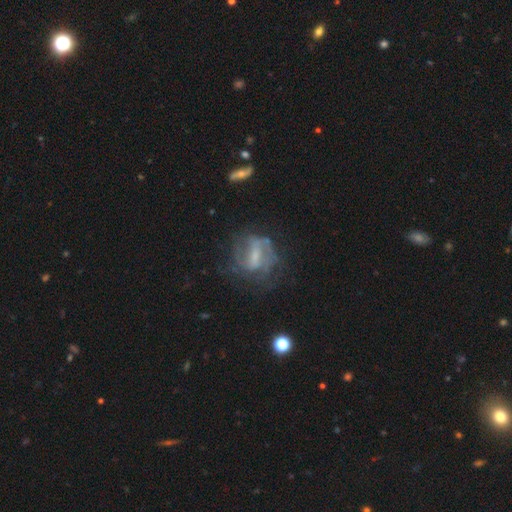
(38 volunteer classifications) smooth_or_featured: featured or disk (p=0.79) [alt: smooth p=0.18]
disk_edge_on: no (p=1.00)
bar: weak (p=0.47) [alt: strong p=0.40]
has_spiral_arms: yes (p=0.83) [alt: no p=0.17]
spiral_winding: medium (p=0.36) [alt: tight p=0.32]
spiral_arm_count: 2 (p=0.48) [alt: can't tell p=0.40]
bulge_size: small (p=0.40) [alt: moderate p=0.33]
merging: none (p=0.49) [alt: major disturbance p=0.35]